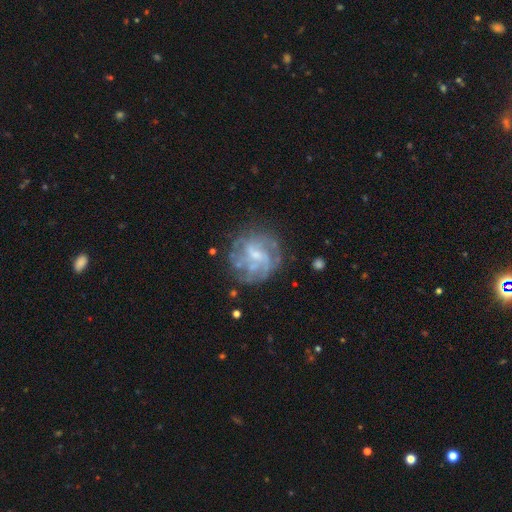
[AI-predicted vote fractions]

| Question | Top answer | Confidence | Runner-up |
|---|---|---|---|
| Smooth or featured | featured or disk | 74% | smooth (17%) |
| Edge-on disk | no | 98% | yes (2%) |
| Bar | weak | 48% | no (41%) |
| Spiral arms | yes | 71% | no (29%) |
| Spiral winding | medium | 39% | tied: tight (39%) |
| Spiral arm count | can't tell | 46% | 3 (16%) |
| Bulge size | small | 43% | moderate (32%) |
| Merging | none | 67% | minor disturbance (17%) |